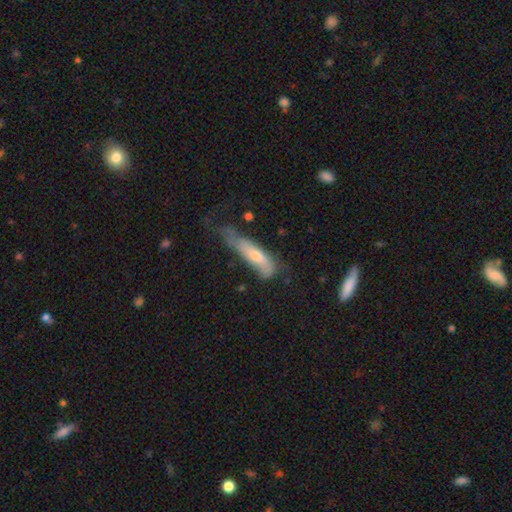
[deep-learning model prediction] Smooth or featured? Predicted: smooth (p=0.56). How rounded? Predicted: cigar-shaped (p=0.68). Merging? Predicted: minor disturbance (p=0.38).